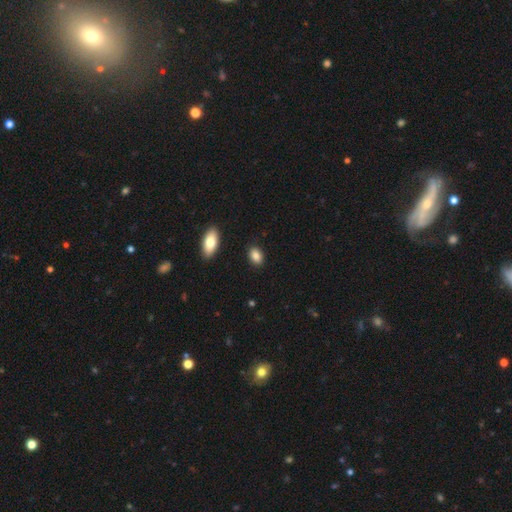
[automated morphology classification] This is clearly a smooth galaxy (87%). How rounded: clearly in between (84%). Merging: clearly none (88%).